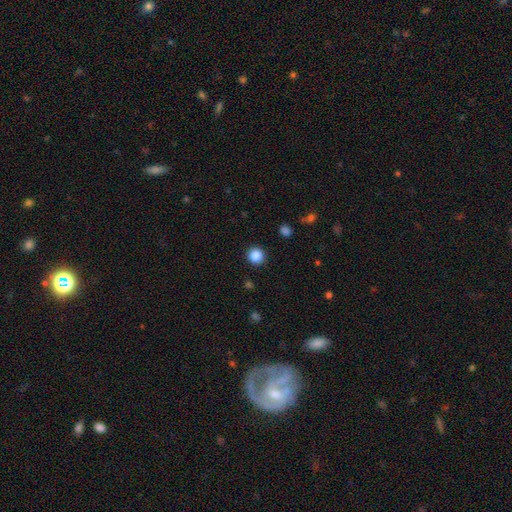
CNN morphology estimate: Smooth or featured? Predicted: smooth (p=0.87). How rounded? Predicted: round (p=0.93). Merging? Predicted: none (p=0.91).